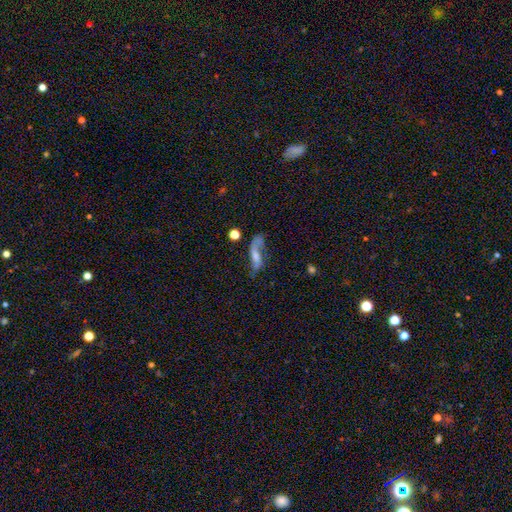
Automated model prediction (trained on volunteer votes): Smooth or featured: featured or disk — 64% (smooth — 27%)
Edge-on disk: no — 85% (yes — 15%)
Bar: no — 44% (weak — 38%)
Spiral arms: yes — 85% (no — 15%)
Bulge size: small — 36% (moderate — 31%)
Merging: none — 47% (major disturbance — 23%)